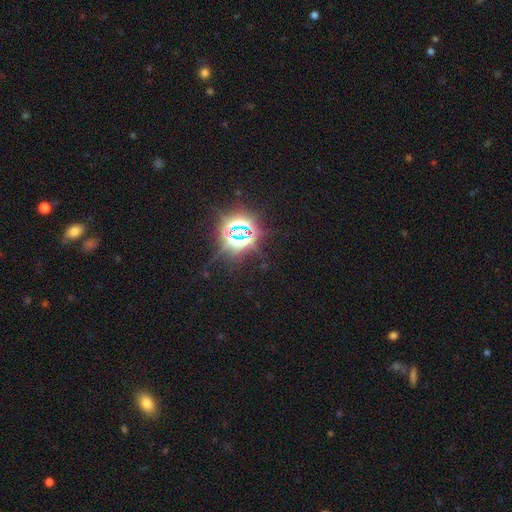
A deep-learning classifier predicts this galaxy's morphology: Overall: star or artifact (83%).